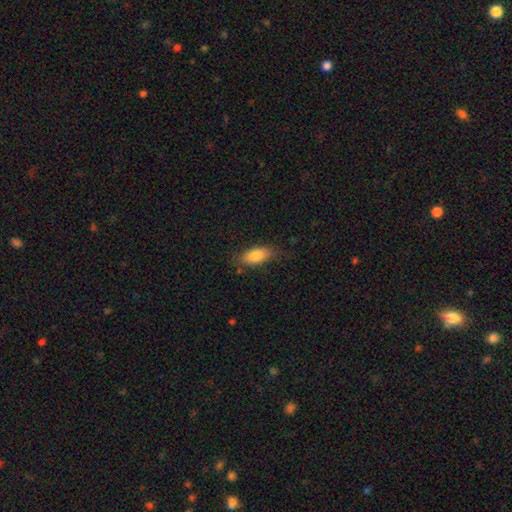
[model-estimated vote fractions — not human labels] A smooth galaxy with no disk features (80%) that is in between round and cigar-shaped (83%). Merging: none (73%).